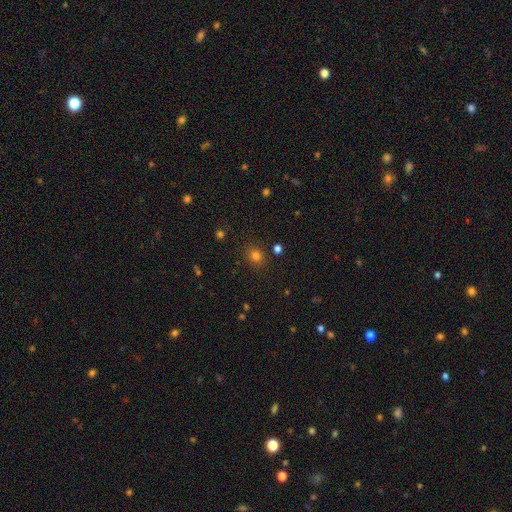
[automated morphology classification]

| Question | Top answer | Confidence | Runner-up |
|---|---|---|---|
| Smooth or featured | smooth | 77% | star or artifact (17%) |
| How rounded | round | 74% | in between (25%) |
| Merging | none | 86% | minor disturbance (8%) |